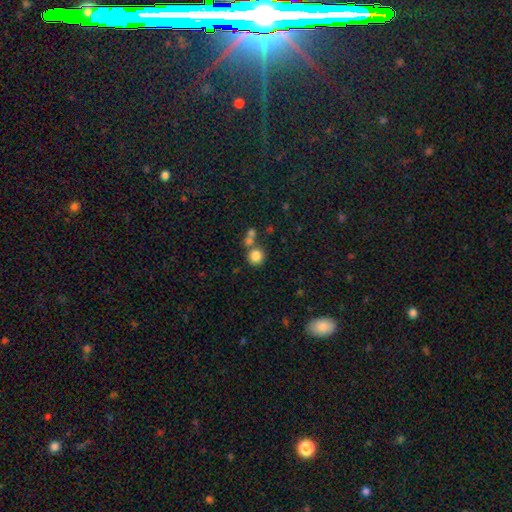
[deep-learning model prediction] This is clearly a smooth galaxy (82%). How rounded: clearly round (90%). Merging: likely none (62%).